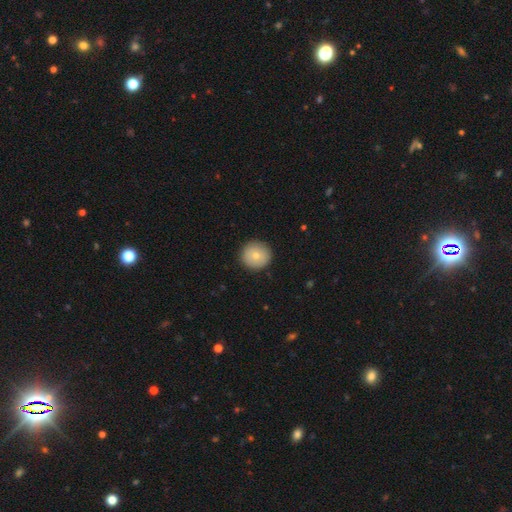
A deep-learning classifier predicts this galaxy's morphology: smooth-or-featured: smooth: 77% | featured or disk: 14% | star or artifact: 8%
  how-rounded: round: 95% | in between: 4% | cigar-shaped: 1%
  merging: none: 91% | minor disturbance: 6% | major disturbance: 2% | merger: 1%